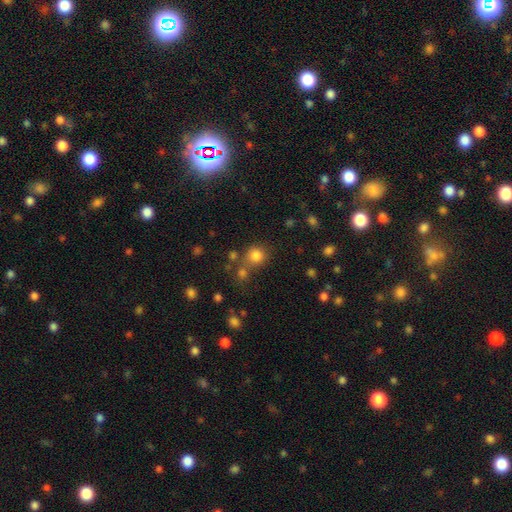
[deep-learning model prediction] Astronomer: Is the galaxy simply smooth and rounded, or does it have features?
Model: smooth — 80%.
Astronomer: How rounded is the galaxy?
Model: round — 86%.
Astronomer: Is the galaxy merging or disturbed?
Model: none — 65%.